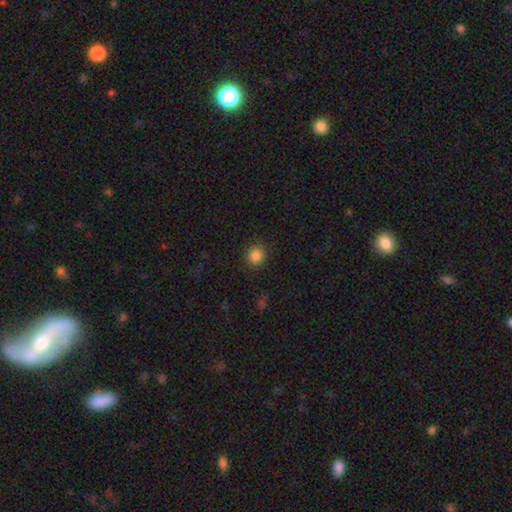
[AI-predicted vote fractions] Smooth or featured? smooth (85%)
How rounded? round (87%)
Merging? none (89%)